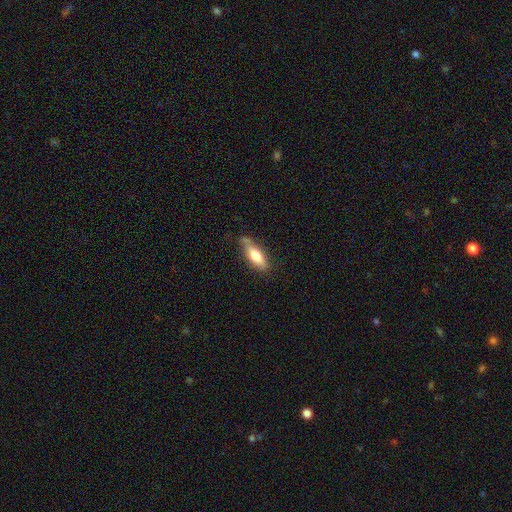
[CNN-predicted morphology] Smooth or featured: smooth — 73% (featured or disk — 22%)
How rounded: in between — 57% (cigar-shaped — 42%)
Merging: none — 64% (minor disturbance — 26%)